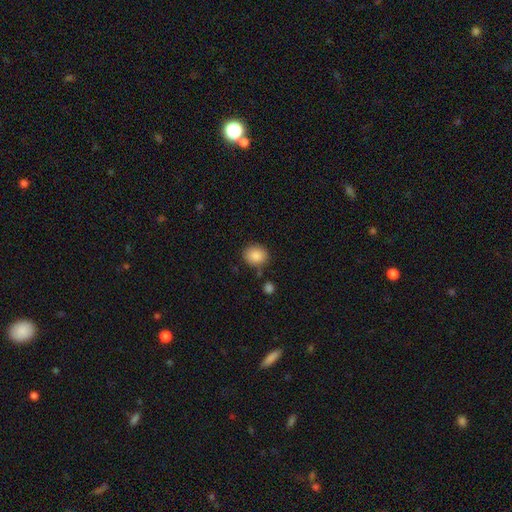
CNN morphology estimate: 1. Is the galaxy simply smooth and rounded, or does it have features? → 87% smooth, 8% star or artifact, 4% featured or disk.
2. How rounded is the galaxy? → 69% round, 31% in between, 1% cigar-shaped.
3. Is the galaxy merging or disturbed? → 82% none, 11% minor disturbance, 4% merger, 3% major disturbance.